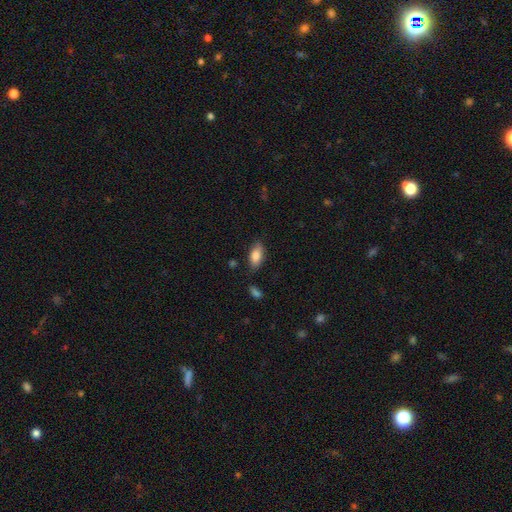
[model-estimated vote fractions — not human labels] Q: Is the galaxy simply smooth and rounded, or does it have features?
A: smooth — 83%.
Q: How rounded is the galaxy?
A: in between — 89%.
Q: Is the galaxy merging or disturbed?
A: none — 79%.